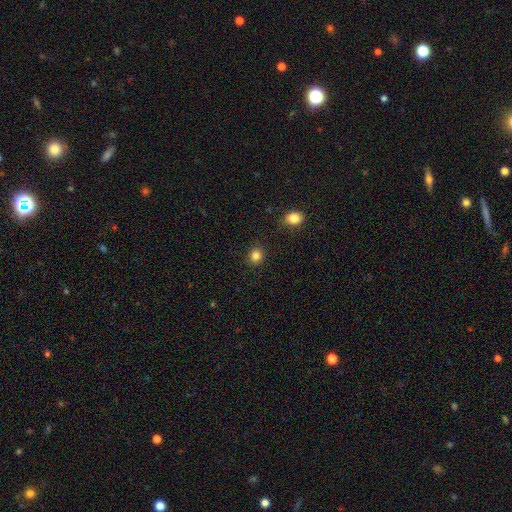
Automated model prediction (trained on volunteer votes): Morphology: type=smooth (84%); roundness=round (77%); merging=none (88%).